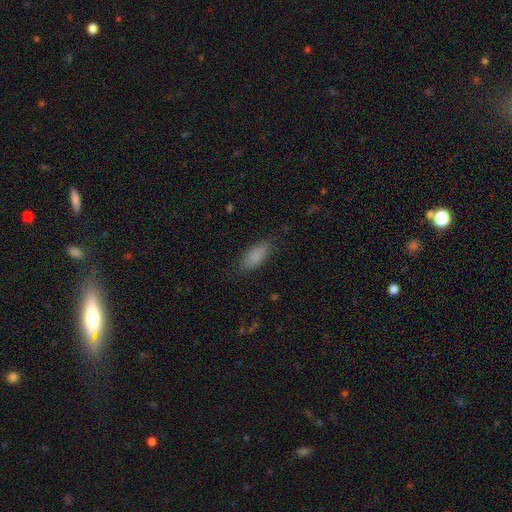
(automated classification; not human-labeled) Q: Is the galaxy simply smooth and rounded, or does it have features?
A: smooth — 86%.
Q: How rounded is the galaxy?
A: in between — 77%.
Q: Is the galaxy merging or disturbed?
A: none — 79%.